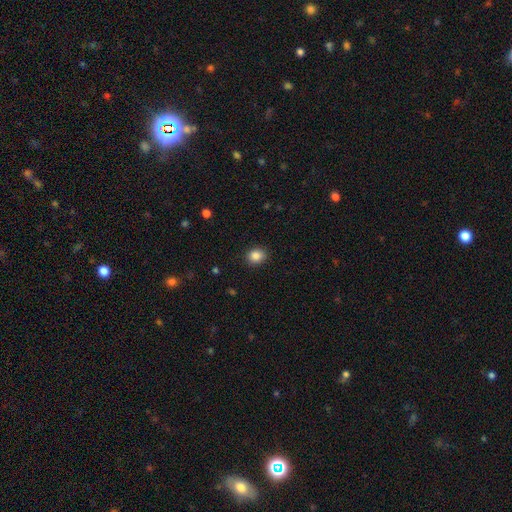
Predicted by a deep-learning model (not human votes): Smooth or featured? smooth (86%)
How rounded? round (62%)
Merging? none (89%)